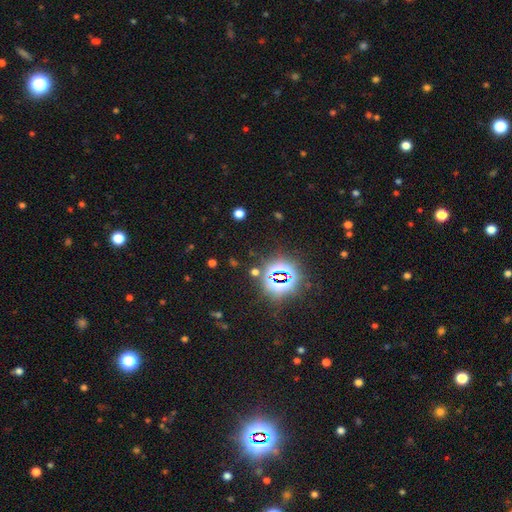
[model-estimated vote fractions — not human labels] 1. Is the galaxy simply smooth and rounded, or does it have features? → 81% star or artifact, 11% smooth, 7% featured or disk.